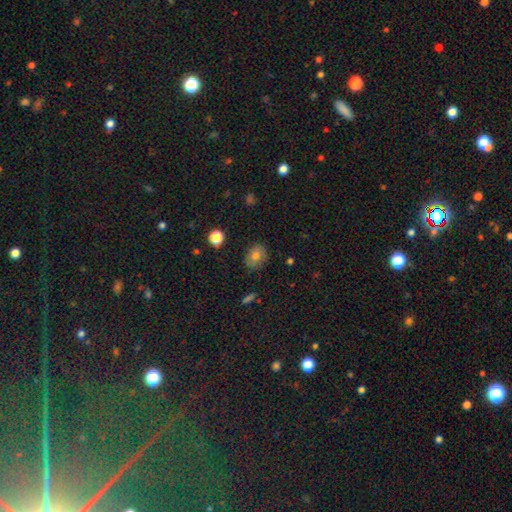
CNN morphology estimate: Smooth or featured?
  - smooth: 72% *
  - featured or disk: 16%
  - star or artifact: 12%
How rounded?
  - round: 56% *
  - in between: 43%
  - cigar-shaped: 1%
Merging?
  - none: 82% *
  - minor disturbance: 14%
  - major disturbance: 3%
  - merger: 1%